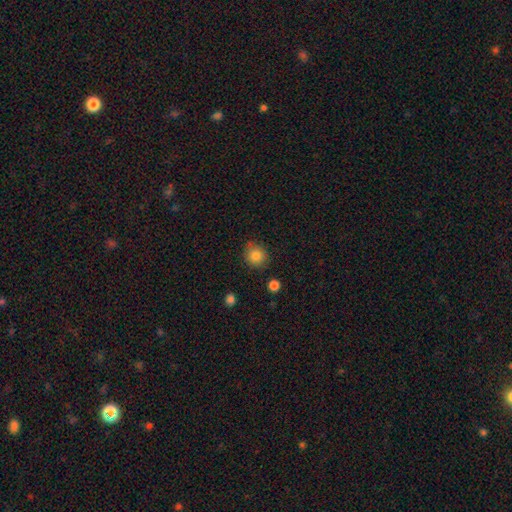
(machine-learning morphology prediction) Q: Smooth or featured?
A: smooth (84%); runner-up: star or artifact (10%)
Q: How rounded?
A: round (85%); runner-up: in between (14%)
Q: Merging?
A: none (82%); runner-up: minor disturbance (13%)